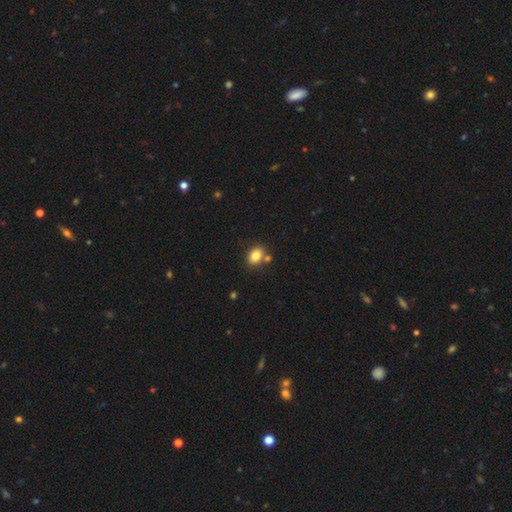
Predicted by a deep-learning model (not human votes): smooth 83%, star or artifact 9%, featured or disk 7%. Down the decision tree: how rounded — in between (77%); merging — none (71%).